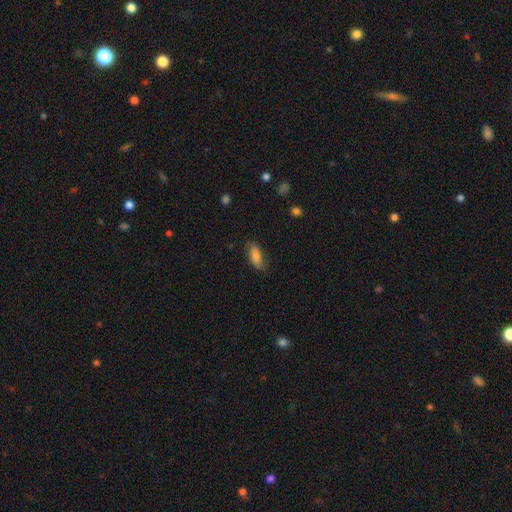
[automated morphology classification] This is likely a smooth galaxy (72%). How rounded: likely in between (69%). Merging: likely none (78%).